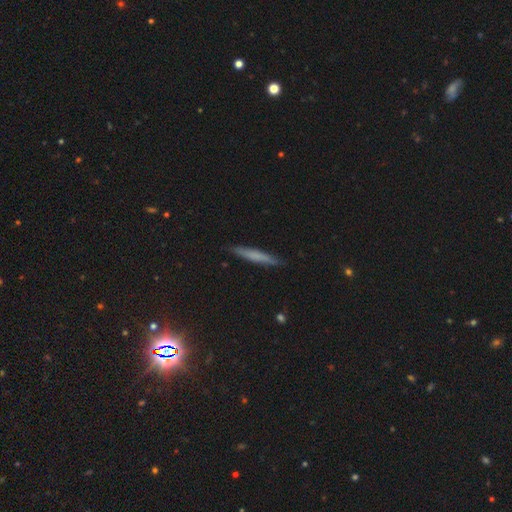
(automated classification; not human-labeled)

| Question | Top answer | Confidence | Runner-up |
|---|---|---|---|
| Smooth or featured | smooth | 61% | featured or disk (31%) |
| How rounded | cigar-shaped | 94% | in between (5%) |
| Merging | none | 88% | minor disturbance (9%) |